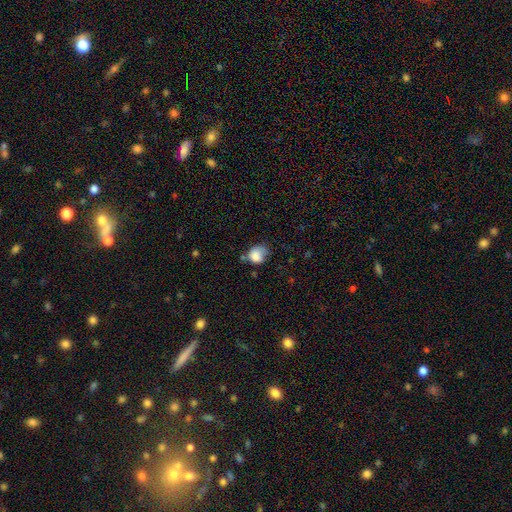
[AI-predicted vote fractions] Smooth or featured? Predicted: smooth (p=0.81). How rounded? Predicted: round (p=0.62). Merging? Predicted: minor disturbance (p=0.37, tied with none).